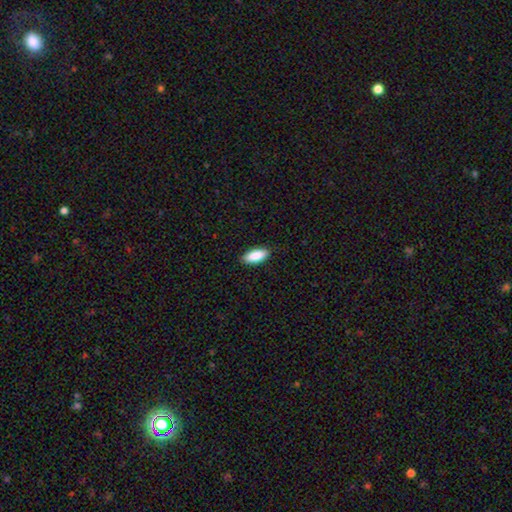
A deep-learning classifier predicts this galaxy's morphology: This appears to be a smooth galaxy with no disk features (88%) that is in between round and cigar-shaped (82%). Merging: none (89%).